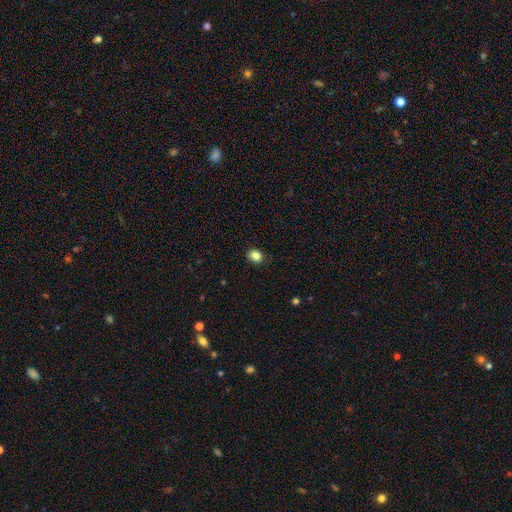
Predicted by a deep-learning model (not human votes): Smooth or featured? Predicted: smooth (p=0.86). How rounded? Predicted: in between (p=0.53). Merging? Predicted: none (p=0.88).